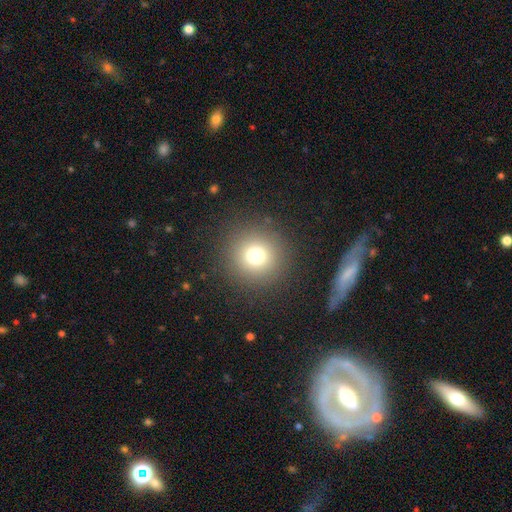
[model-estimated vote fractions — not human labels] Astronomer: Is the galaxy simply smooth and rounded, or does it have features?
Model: smooth — 74%.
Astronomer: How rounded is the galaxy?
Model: round — 96%.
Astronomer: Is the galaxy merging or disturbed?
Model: none — 90%.